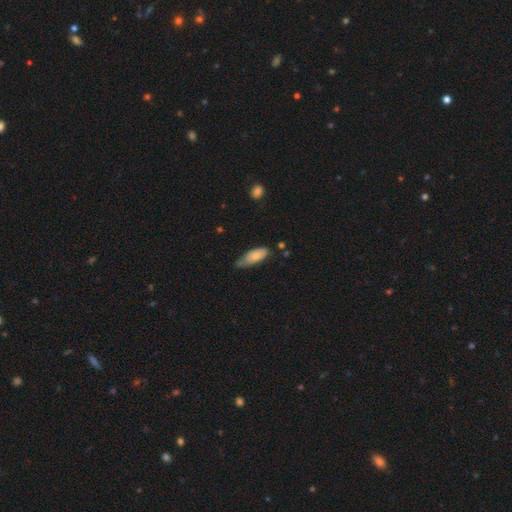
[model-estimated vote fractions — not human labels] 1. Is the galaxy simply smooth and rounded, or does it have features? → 70% smooth, 24% featured or disk, 6% star or artifact.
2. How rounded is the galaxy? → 72% in between, 26% cigar-shaped, 2% round.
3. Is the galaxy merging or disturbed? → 45% none, 42% minor disturbance, 10% major disturbance, 4% merger.